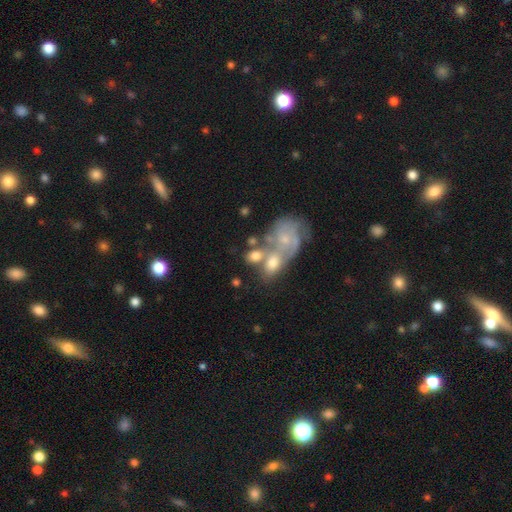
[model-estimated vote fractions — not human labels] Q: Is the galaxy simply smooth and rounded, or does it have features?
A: smooth — 57%.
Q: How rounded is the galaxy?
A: in between — 72%.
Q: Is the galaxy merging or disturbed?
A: merger — 50%.